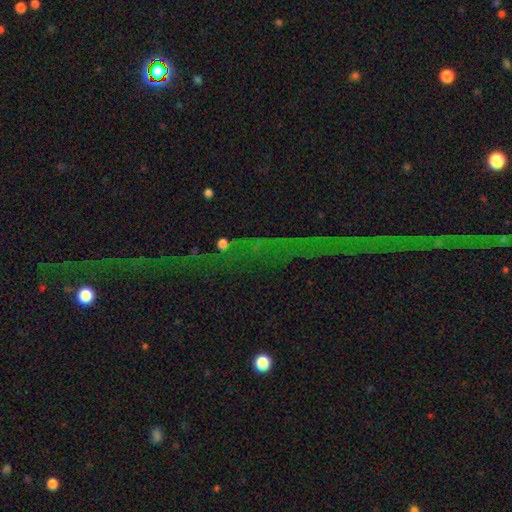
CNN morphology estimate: Smooth or featured? star or artifact (75%)